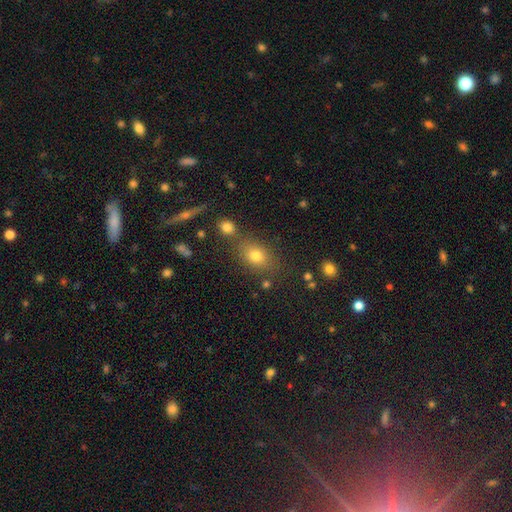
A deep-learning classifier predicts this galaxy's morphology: smooth-or-featured: smooth: 73% | star or artifact: 15% | featured or disk: 12%
  how-rounded: in between: 63% | round: 35% | cigar-shaped: 2%
  merging: none: 70% | minor disturbance: 13% | merger: 12% | major disturbance: 5%